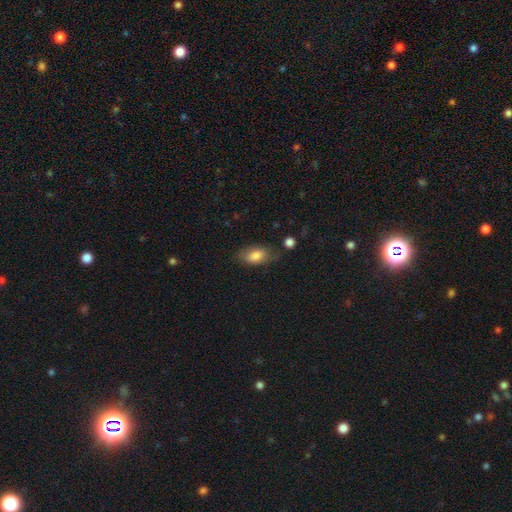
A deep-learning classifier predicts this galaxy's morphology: Smooth or featured?
  - smooth: 81% *
  - featured or disk: 12%
  - star or artifact: 7%
How rounded?
  - in between: 90% *
  - round: 5%
  - cigar-shaped: 5%
Merging?
  - none: 65% *
  - minor disturbance: 23%
  - major disturbance: 8%
  - merger: 4%